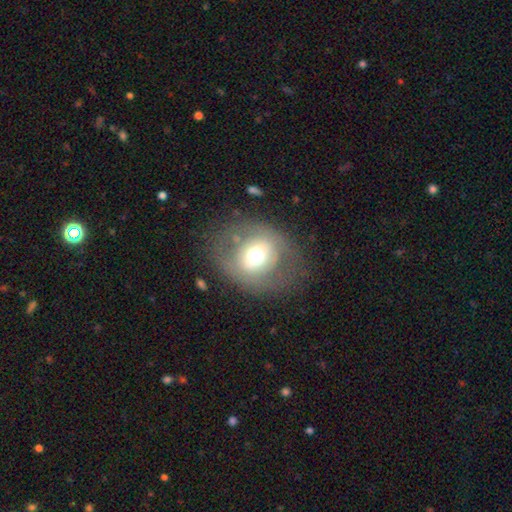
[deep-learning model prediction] Smooth or featured?
  - smooth: 49% *
  - featured or disk: 40%
  - star or artifact: 11%
Merging?
  - none: 69% *
  - minor disturbance: 15%
  - major disturbance: 13%
  - merger: 2%